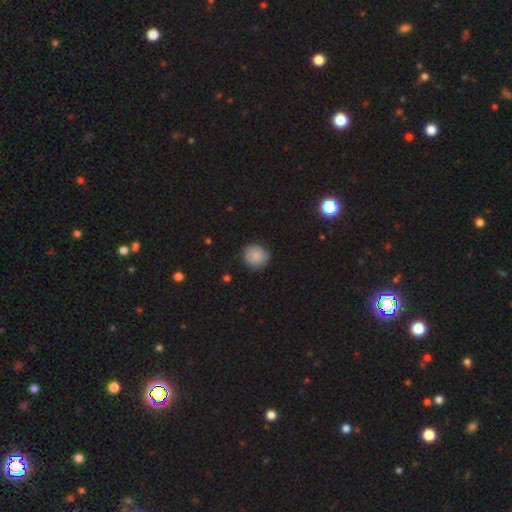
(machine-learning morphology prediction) Smooth or featured? smooth (85%)
How rounded? round (91%)
Merging? none (85%)